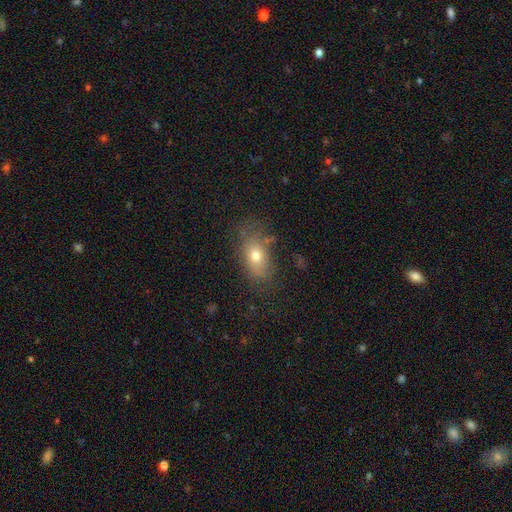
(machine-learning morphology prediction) A smooth galaxy with no disk features (71%) that is in between round and cigar-shaped (83%).

Vote fractions:
- Smooth or featured? smooth: 71% / featured or disk: 17% / star or artifact: 11%
- How rounded? in between: 83% / round: 13% / cigar-shaped: 4%
- Merging? none: 68% / minor disturbance: 21% / major disturbance: 9% / merger: 3%